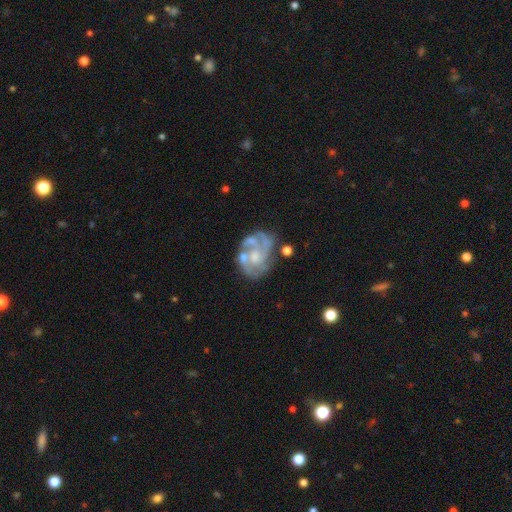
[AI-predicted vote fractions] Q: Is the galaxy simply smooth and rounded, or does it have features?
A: featured or disk — 84%.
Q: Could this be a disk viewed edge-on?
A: no — 98%.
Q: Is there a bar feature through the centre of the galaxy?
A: no — 69%.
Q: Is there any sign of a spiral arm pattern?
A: yes — 91%.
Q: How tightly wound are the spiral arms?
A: tight — 45%.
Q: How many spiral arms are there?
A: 3 — 33%.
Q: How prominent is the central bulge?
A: moderate — 46%.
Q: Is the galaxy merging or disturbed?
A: none — 59%.